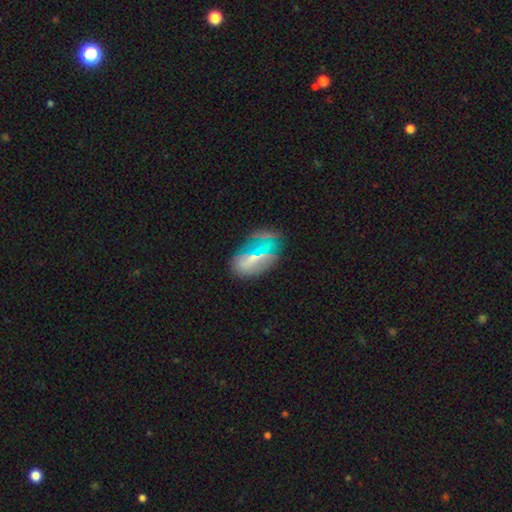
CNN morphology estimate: This appears to be a smooth galaxy with no disk features (41%). Merging: none (57%).